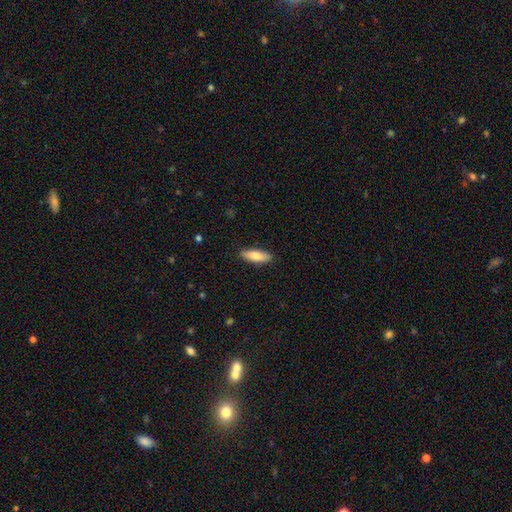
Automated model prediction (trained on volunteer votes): Overall: smooth (78%). How rounded: in between (55%; cigar-shaped 43%). Merging: none (89%).